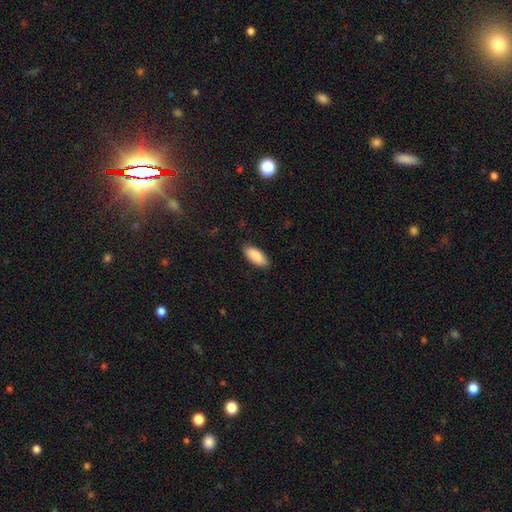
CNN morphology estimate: Smooth or featured? Predicted: smooth (p=0.89). How rounded? Predicted: in between (p=0.88). Merging? Predicted: none (p=0.87).